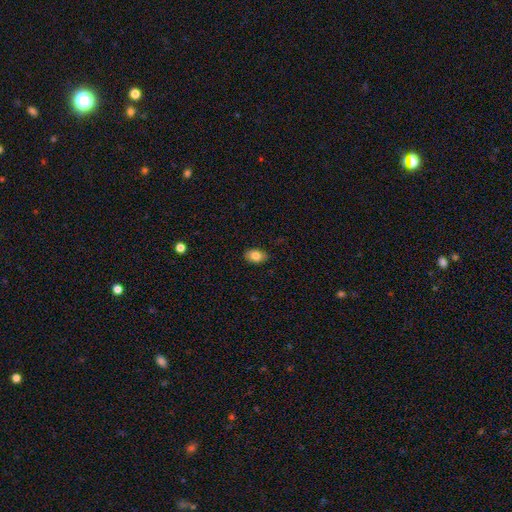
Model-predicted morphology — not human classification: A smooth galaxy with no disk features (81%) that is in between round and cigar-shaped (83%).

Vote fractions:
- Smooth or featured? smooth: 81% / featured or disk: 11% / star or artifact: 8%
- How rounded? in between: 83% / round: 15% / cigar-shaped: 1%
- Merging? none: 87% / minor disturbance: 10% / major disturbance: 2% / merger: 1%